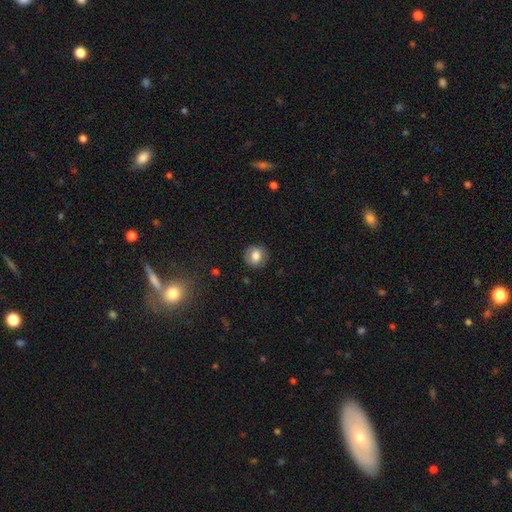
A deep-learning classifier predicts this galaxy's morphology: This appears to be a smooth galaxy with no disk features (76%) that is round (79%). Merging: none (82%).